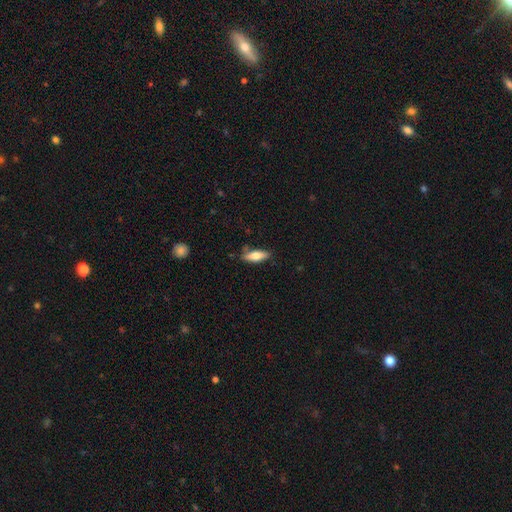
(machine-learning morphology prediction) Smooth or featured? smooth (71%)
How rounded? in between (61%)
Merging? none (78%)